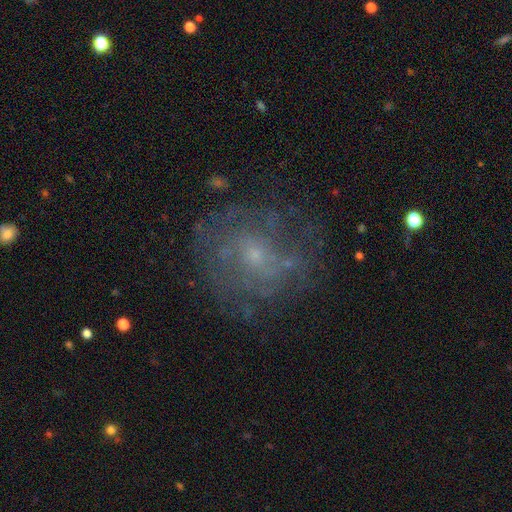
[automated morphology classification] This is likely a featured or disk galaxy (68%). It is clearly not viewed edge-on (98%). Bar: likely no (77%). Spiral arm pattern: likely yes (68%). Central bulge: likely small (71%). Merging: likely none (69%).